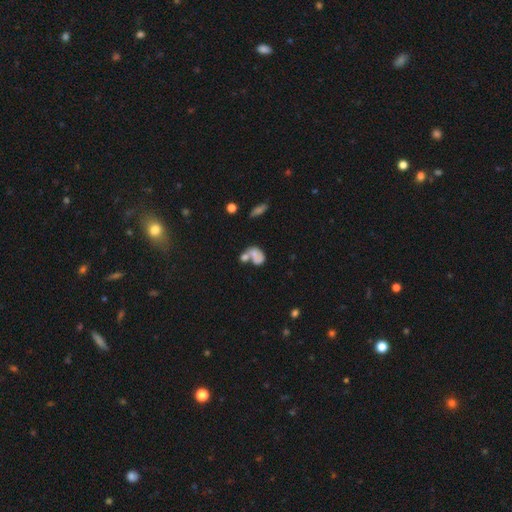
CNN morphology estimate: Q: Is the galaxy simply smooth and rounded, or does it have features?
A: smooth — 57%.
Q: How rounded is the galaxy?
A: in between — 72%.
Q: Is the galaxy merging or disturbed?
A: merger — 55%.